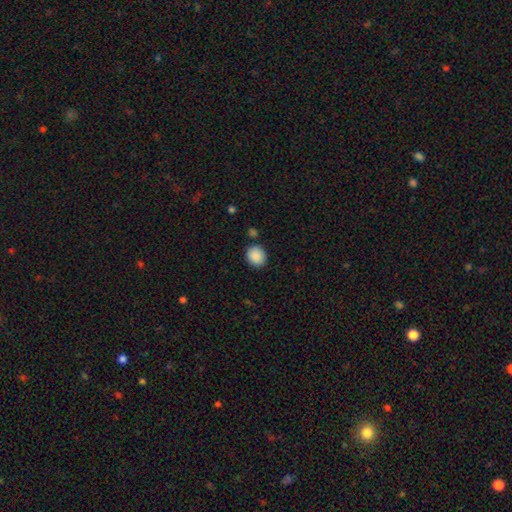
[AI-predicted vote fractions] smooth_or_featured: smooth (p=0.89) [alt: star or artifact p=0.08]
how_rounded: round (p=0.66) [alt: in between p=0.33]
merging: none (p=0.83) [alt: minor disturbance p=0.10]